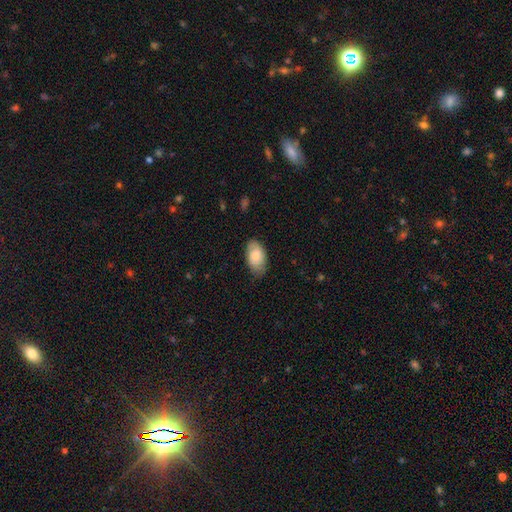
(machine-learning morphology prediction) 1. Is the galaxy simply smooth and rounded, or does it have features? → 79% smooth, 15% featured or disk, 6% star or artifact.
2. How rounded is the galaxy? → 94% in between, 4% round, 2% cigar-shaped.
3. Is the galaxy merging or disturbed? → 71% none, 23% minor disturbance, 4% major disturbance, 1% merger.